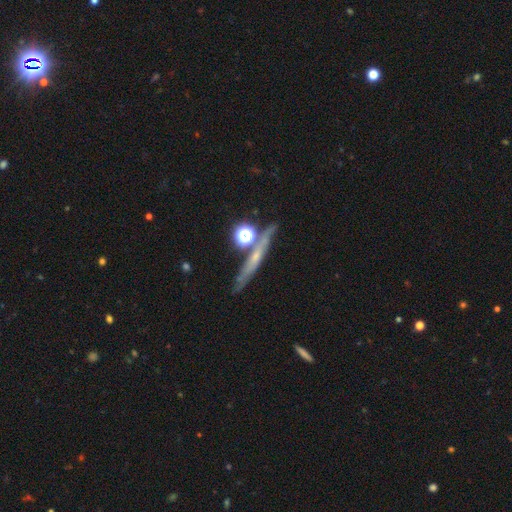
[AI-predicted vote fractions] Overall: featured or disk (53%; smooth 30%). Edge-on disk: yes (87%). Merging: none (75%).